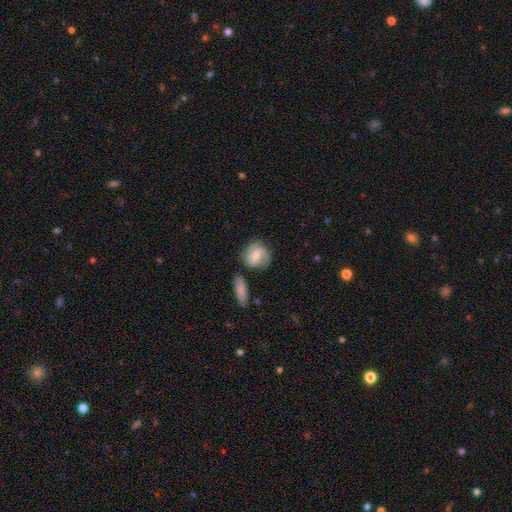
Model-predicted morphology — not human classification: This appears to be a featured or disk galaxy (50%). Merging: none (67%).